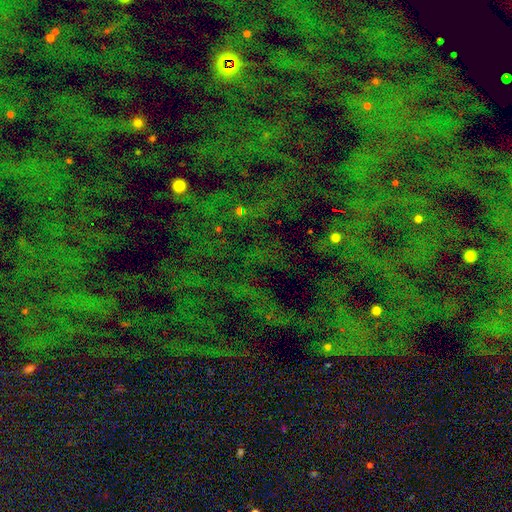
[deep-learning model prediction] star or artifact 75%, smooth 15%, featured or disk 10%.